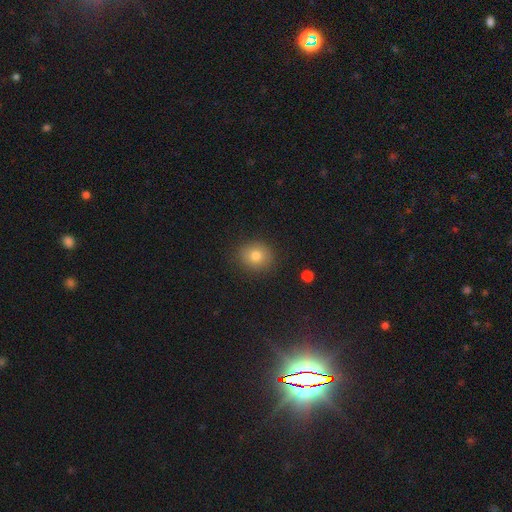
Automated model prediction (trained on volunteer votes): This appears to be a smooth galaxy with no disk features (79%) that is round (77%). Merging: none (88%).